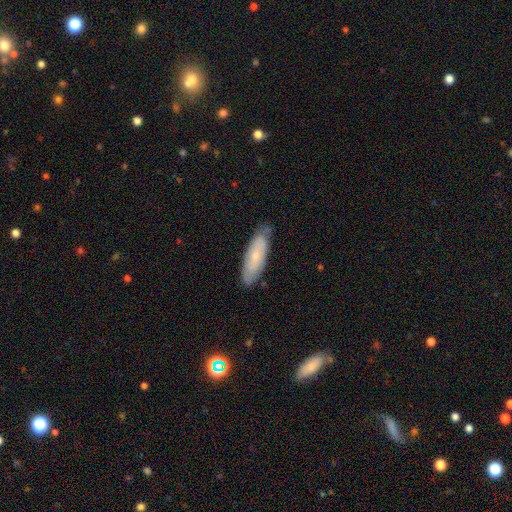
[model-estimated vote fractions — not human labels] This is possibly a smooth galaxy (59%). How rounded: possibly in between (53%). Merging: likely none (74%).